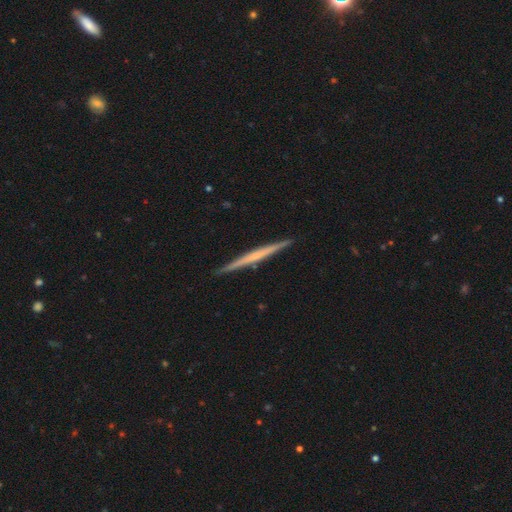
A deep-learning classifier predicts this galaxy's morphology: Smooth or featured: featured or disk — 64% (smooth — 31%)
Edge-on disk: yes — 98% (no — 2%)
Edge-on bulge: none — 71% (rounded — 21%)
Merging: none — 92% (minor disturbance — 6%)